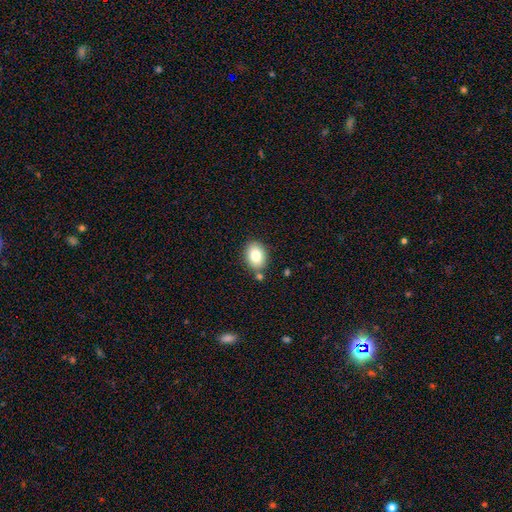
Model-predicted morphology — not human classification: smooth 81%, featured or disk 10%, star or artifact 9%. Down the decision tree: how rounded — in between (71%); merging — none (80%).